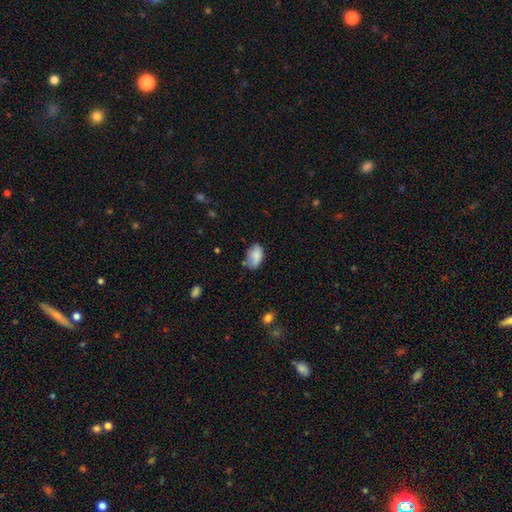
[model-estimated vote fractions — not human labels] Overall: smooth (81%). How rounded: in between (89%). Merging: none (55%; minor disturbance 32%).